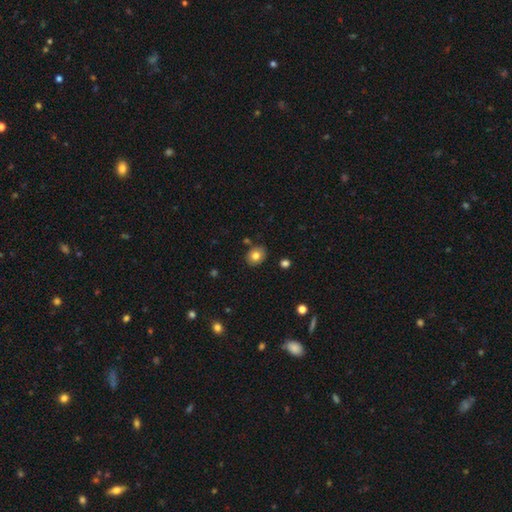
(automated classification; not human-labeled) This appears to be a smooth galaxy with no disk features (79%) that is round (57%). Merging: none (84%).